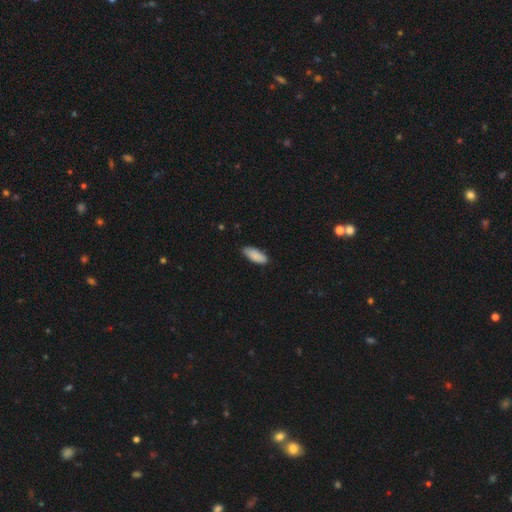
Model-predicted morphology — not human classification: Q: Smooth or featured?
A: smooth (88%); runner-up: star or artifact (6%)
Q: How rounded?
A: in between (74%); runner-up: cigar-shaped (25%)
Q: Merging?
A: none (82%); runner-up: minor disturbance (15%)